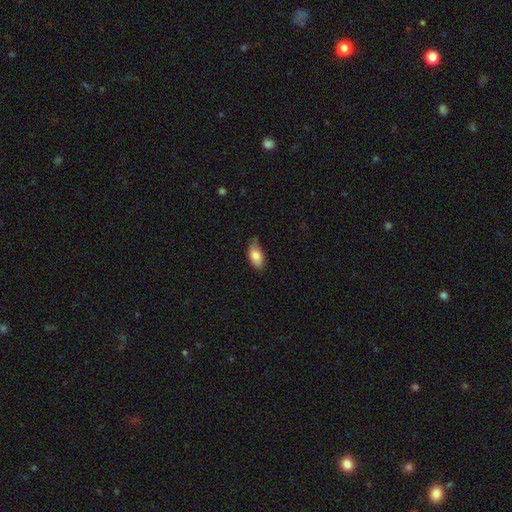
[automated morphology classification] This is clearly a smooth galaxy (83%). How rounded: clearly in between (92%). Merging: likely none (64%).